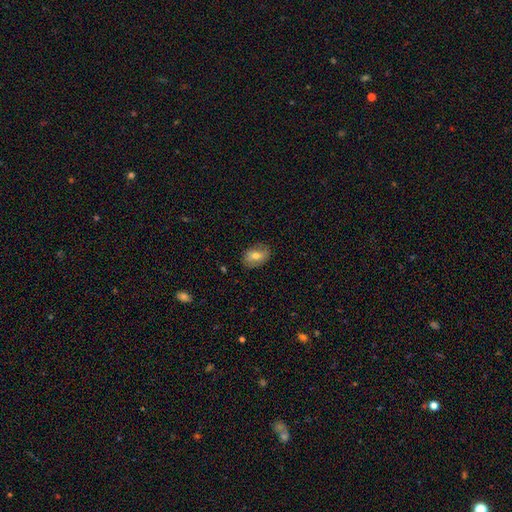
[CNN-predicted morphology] Smooth or featured? Predicted: smooth (p=0.65). How rounded? Predicted: in between (p=0.82). Merging? Predicted: none (p=0.82).